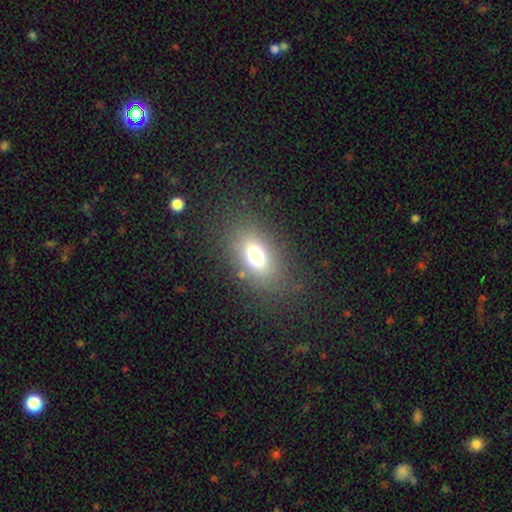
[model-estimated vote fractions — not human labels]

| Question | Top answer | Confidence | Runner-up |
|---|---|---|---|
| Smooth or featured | smooth | 69% | featured or disk (16%) |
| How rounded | in between | 81% | round (14%) |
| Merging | none | 80% | minor disturbance (11%) |